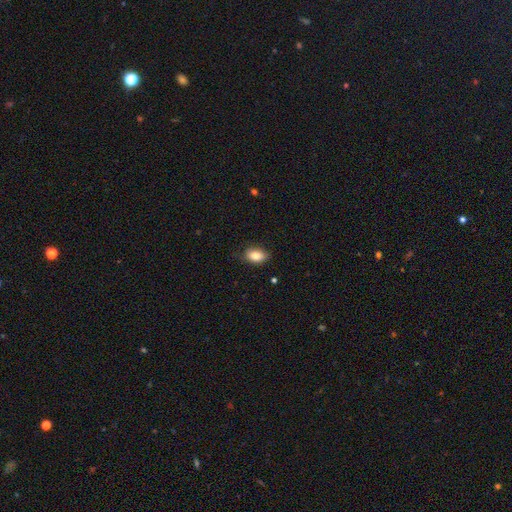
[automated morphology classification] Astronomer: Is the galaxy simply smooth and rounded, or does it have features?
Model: smooth — 86%.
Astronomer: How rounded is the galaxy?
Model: in between — 89%.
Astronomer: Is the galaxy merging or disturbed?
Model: none — 77%.